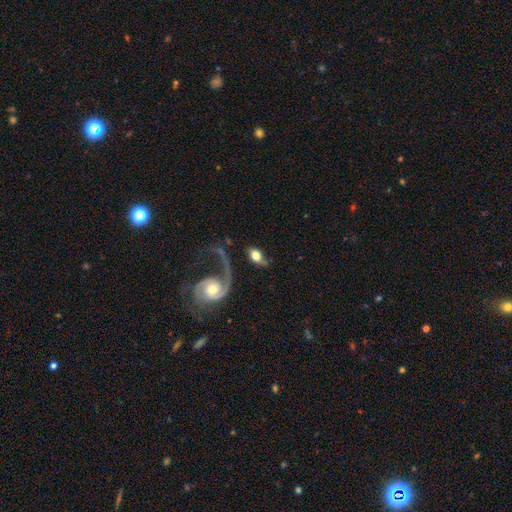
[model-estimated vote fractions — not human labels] Smooth or featured: smooth — 54% (featured or disk — 39%)
How rounded: in between — 81% (round — 16%)
Merging: none — 48% (major disturbance — 20%)